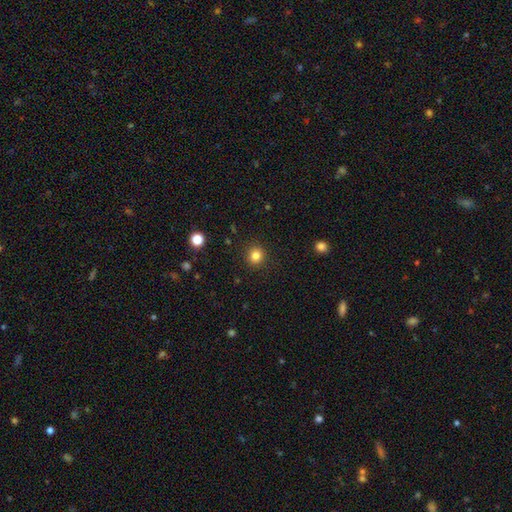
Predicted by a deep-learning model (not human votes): Smooth or featured?
  - smooth: 82% *
  - star or artifact: 13%
  - featured or disk: 5%
How rounded?
  - round: 91% *
  - in between: 8%
  - cigar-shaped: 1%
Merging?
  - none: 91% *
  - minor disturbance: 6%
  - major disturbance: 2%
  - merger: 1%